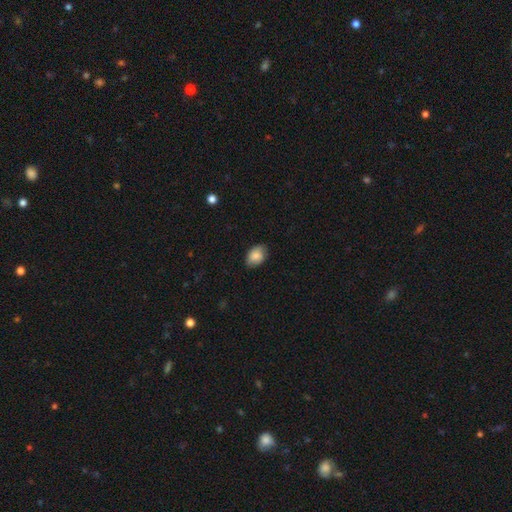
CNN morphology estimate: smooth_or_featured: smooth (p=0.86) [alt: star or artifact p=0.07]
how_rounded: in between (p=0.79) [alt: round p=0.20]
merging: none (p=0.81) [alt: minor disturbance p=0.15]